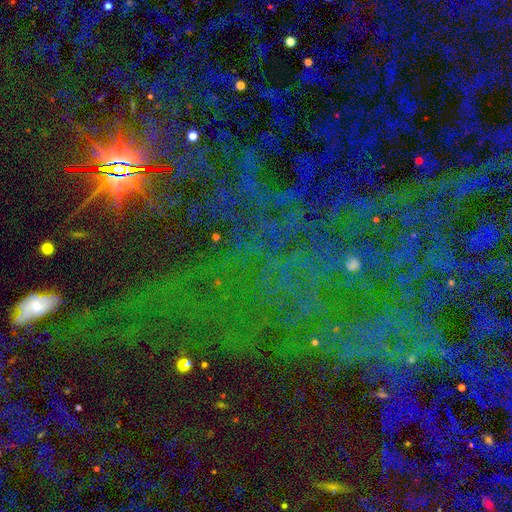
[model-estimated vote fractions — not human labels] Overall: star or artifact (82%).